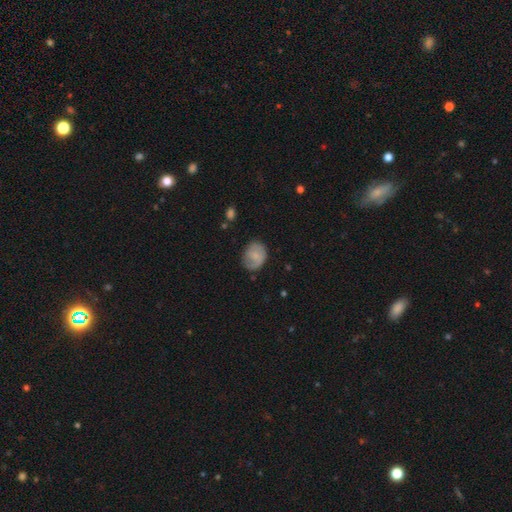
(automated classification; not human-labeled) Smooth or featured: smooth — 63% (featured or disk — 30%)
How rounded: in between — 50% (round — 49%)
Merging: none — 65% (minor disturbance — 25%)